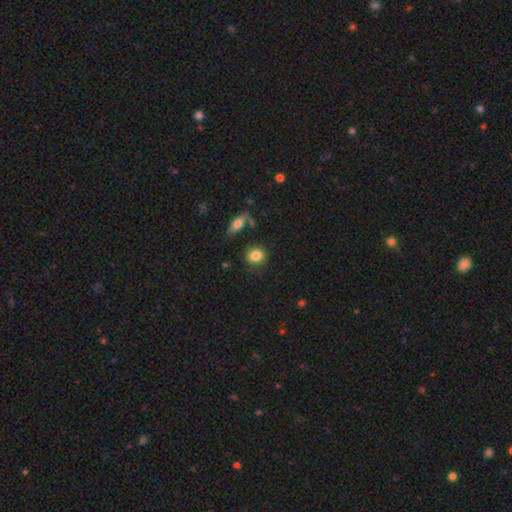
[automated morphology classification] Smooth or featured?
  - smooth: 84% *
  - star or artifact: 9%
  - featured or disk: 8%
How rounded?
  - round: 79% *
  - in between: 19%
  - cigar-shaped: 2%
Merging?
  - none: 81% *
  - minor disturbance: 11%
  - merger: 5%
  - major disturbance: 4%